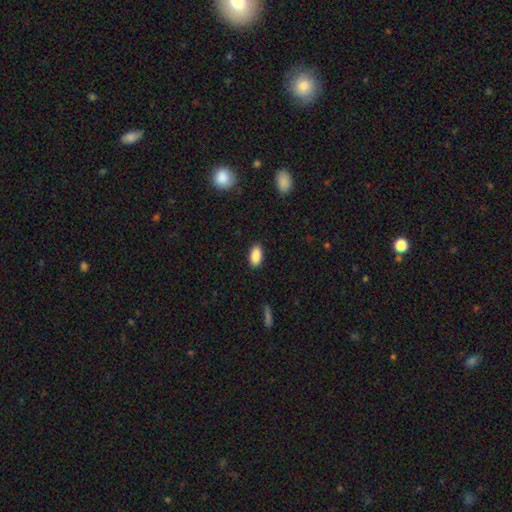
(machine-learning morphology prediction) type=smooth (89%); roundness=in between (92%); merging=none (88%).